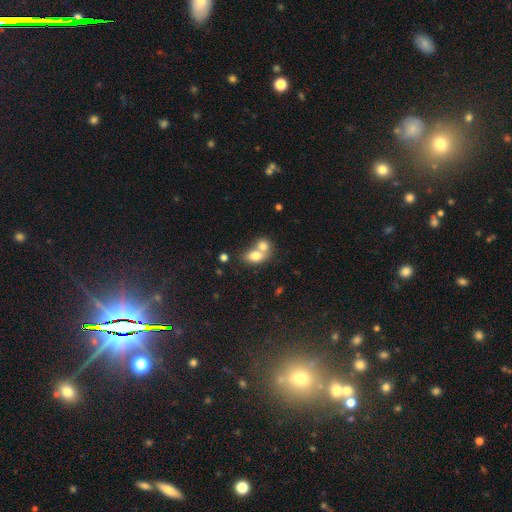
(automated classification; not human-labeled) Smooth or featured? Predicted: smooth (p=0.74). How rounded? Predicted: in between (p=0.68). Merging? Predicted: merger (p=0.68).